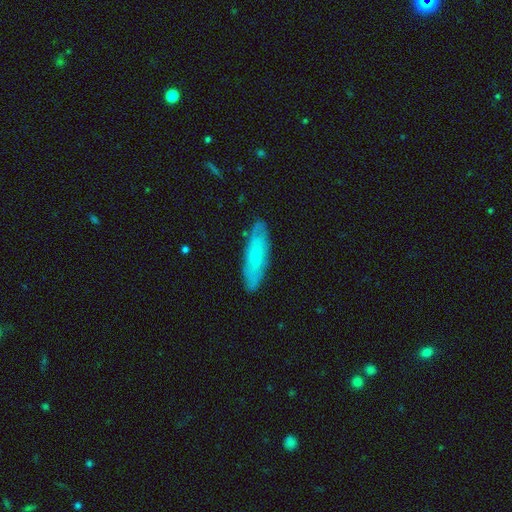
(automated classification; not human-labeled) Smooth or featured? smooth (52%)
How rounded? cigar-shaped (55%)
Merging? none (83%)